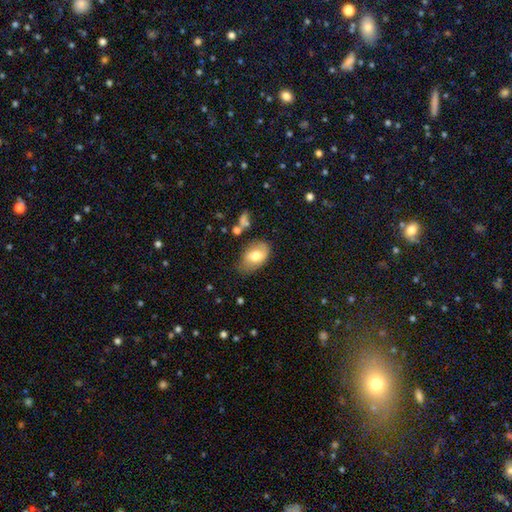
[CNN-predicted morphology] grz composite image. It shows a smooth galaxy with no disk features (71%) that is in between round and cigar-shaped (89%). Merging: none (56%).